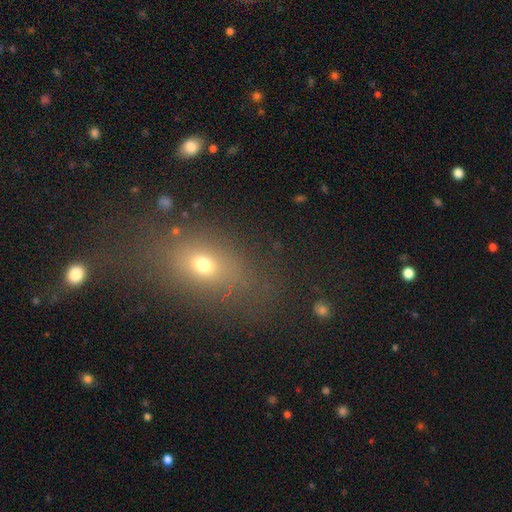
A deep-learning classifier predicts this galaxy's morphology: Smooth or featured? smooth (56%)
How rounded? in between (66%)
Merging? none (75%)